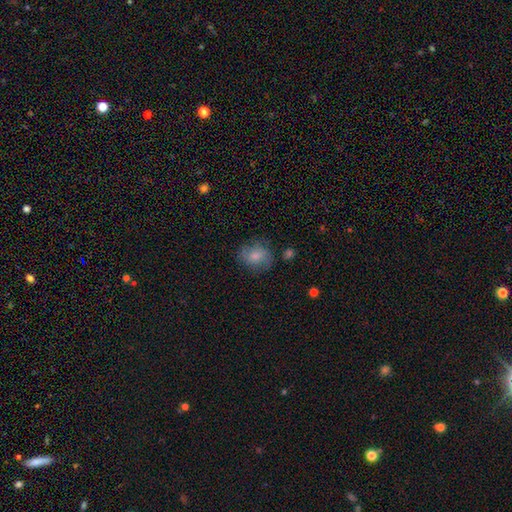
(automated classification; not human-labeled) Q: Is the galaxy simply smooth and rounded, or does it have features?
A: smooth — 75%.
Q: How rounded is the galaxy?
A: round — 60%.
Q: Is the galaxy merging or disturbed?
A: none — 69%.